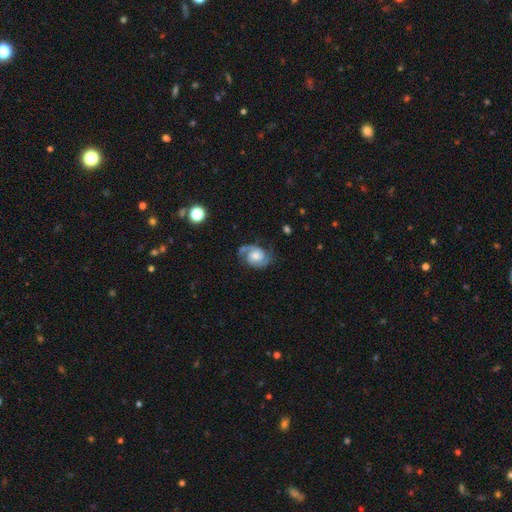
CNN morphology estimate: This appears to be a featured or disk galaxy (84%) with no bar (62%), 2 (89%) medium (49%) spiral arms (97%) and a moderate central bulge (44%). Merging: none (71%).